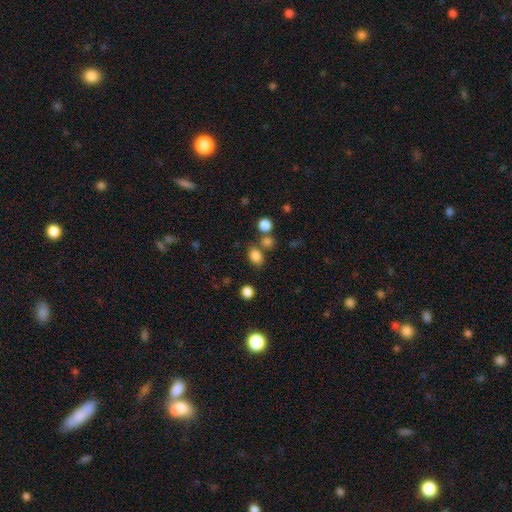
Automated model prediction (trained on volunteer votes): This is clearly a smooth galaxy (81%). How rounded: likely in between (64%). Merging: likely none (66%).